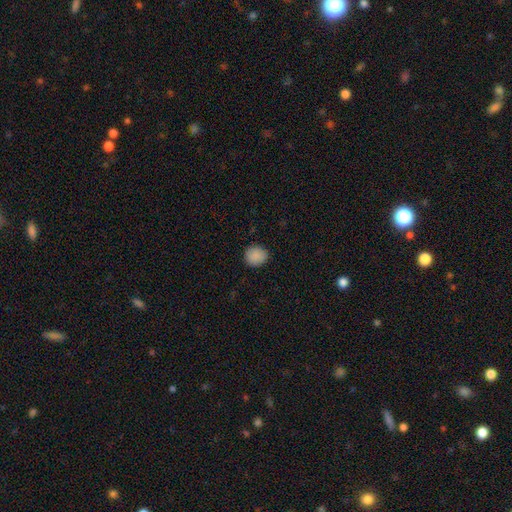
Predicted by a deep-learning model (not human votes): This appears to be a smooth galaxy with no disk features (89%) that is round (80%). Merging: none (88%).